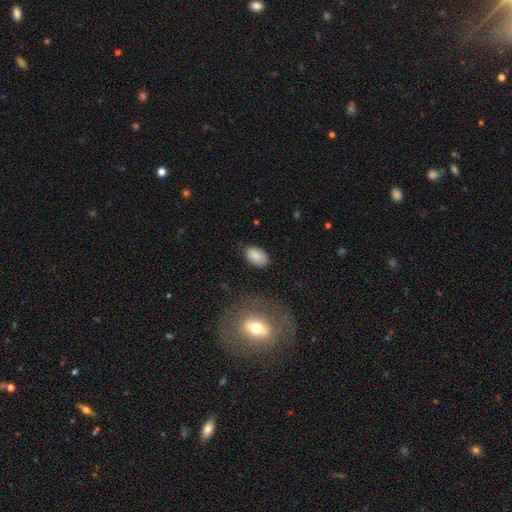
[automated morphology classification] type=smooth (85%); roundness=in between (91%); merging=none (82%).